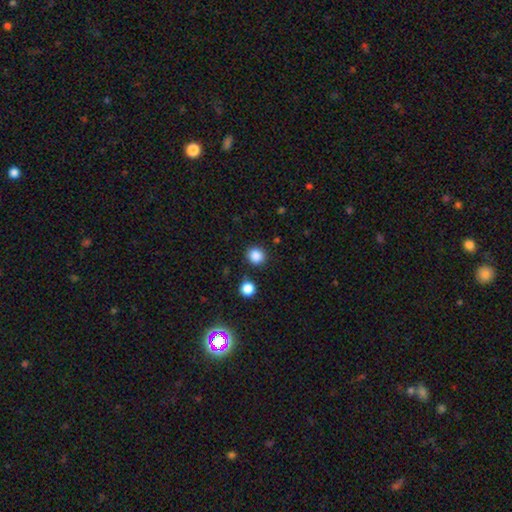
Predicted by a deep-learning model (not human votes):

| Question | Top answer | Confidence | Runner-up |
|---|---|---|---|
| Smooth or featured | smooth | 86% | star or artifact (11%) |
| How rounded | round | 87% | in between (13%) |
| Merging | none | 87% | minor disturbance (7%) |